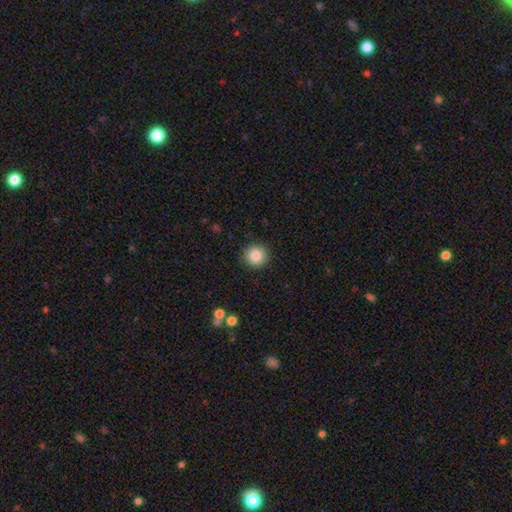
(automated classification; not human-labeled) Smooth or featured? Predicted: smooth (p=0.85). How rounded? Predicted: round (p=0.94). Merging? Predicted: none (p=0.91).